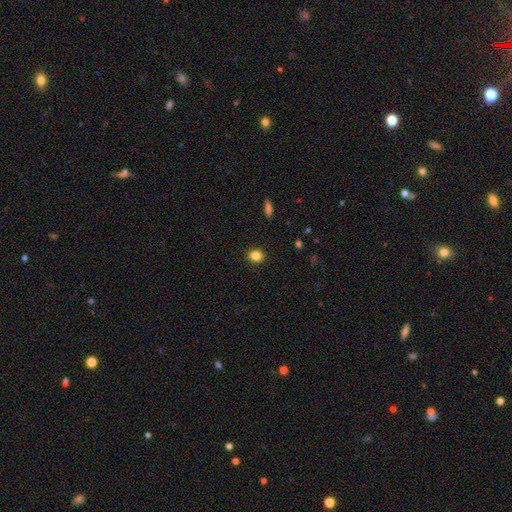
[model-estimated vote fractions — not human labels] A smooth galaxy with no disk features (84%) that is round (78%). Merging: none (92%).